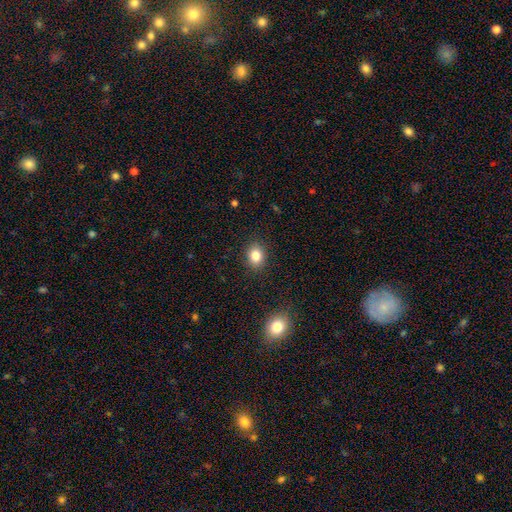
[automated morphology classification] Smooth or featured? Predicted: smooth (p=0.83). How rounded? Predicted: round (p=0.54). Merging? Predicted: none (p=0.88).